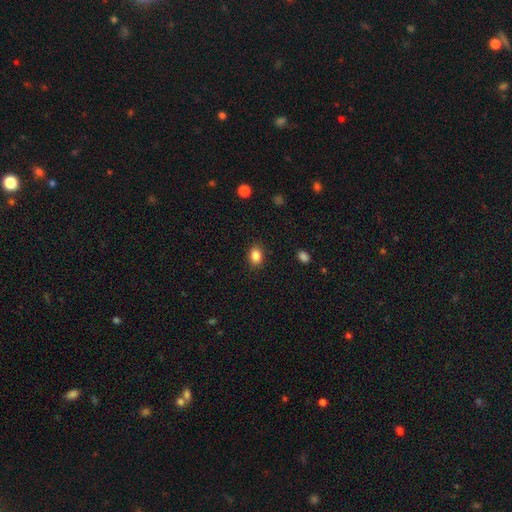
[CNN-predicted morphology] Smooth or featured? smooth (86%)
How rounded? in between (69%)
Merging? none (88%)